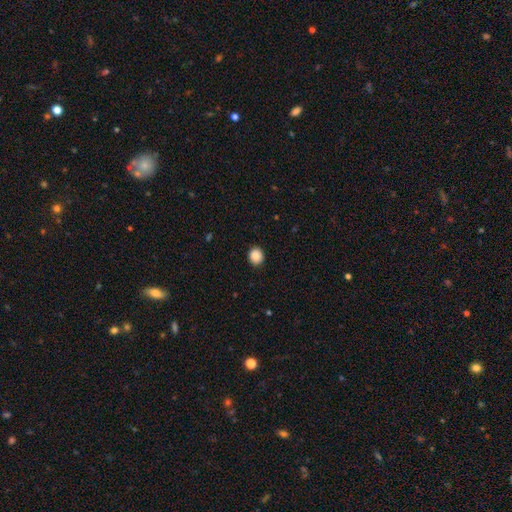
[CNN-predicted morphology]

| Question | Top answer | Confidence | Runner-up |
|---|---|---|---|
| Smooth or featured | smooth | 89% | star or artifact (8%) |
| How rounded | round | 72% | in between (27%) |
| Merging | none | 90% | minor disturbance (7%) |